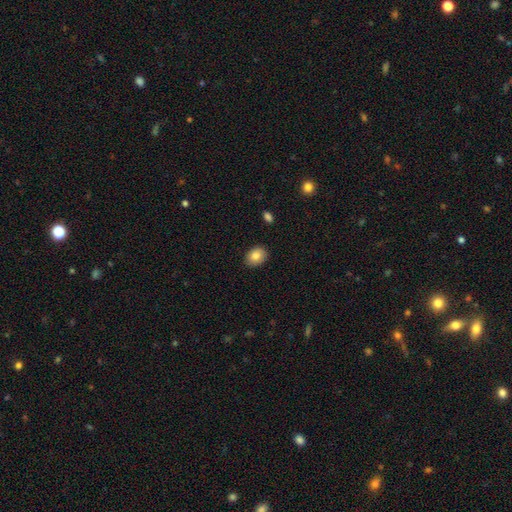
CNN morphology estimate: This appears to be a smooth galaxy with no disk features (85%) that is in between round and cigar-shaped (67%). Merging: none (88%).